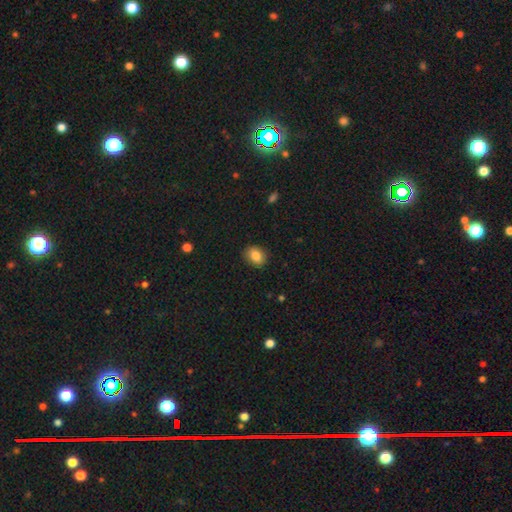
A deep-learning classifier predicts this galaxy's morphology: Smooth or featured? Predicted: smooth (p=0.84). How rounded? Predicted: in between (p=0.57). Merging? Predicted: none (p=0.87).